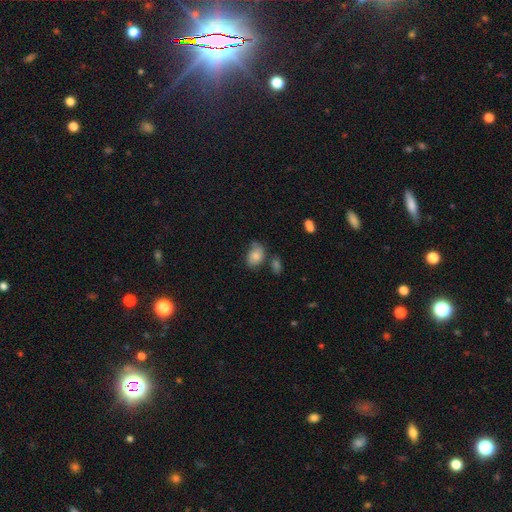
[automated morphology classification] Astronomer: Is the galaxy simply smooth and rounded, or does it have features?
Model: smooth — 72%.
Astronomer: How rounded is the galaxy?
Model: in between — 77%.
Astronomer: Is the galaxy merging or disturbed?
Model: none — 51% (runner-up: minor disturbance, 28%).